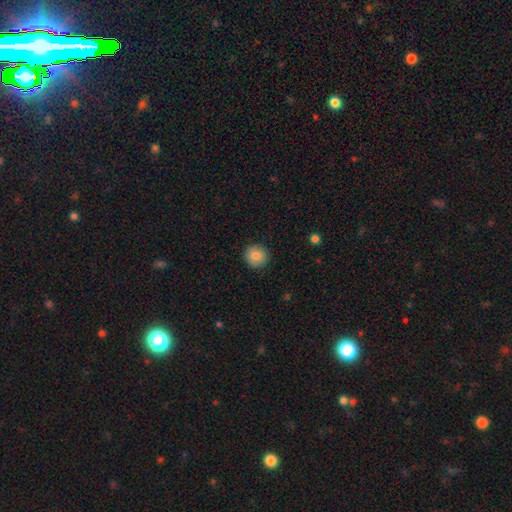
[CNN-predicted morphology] smooth-or-featured: smooth: 83% | featured or disk: 9% | star or artifact: 8%
  how-rounded: round: 94% | in between: 5% | cigar-shaped: 1%
  merging: none: 91% | minor disturbance: 7% | major disturbance: 2% | merger: 1%